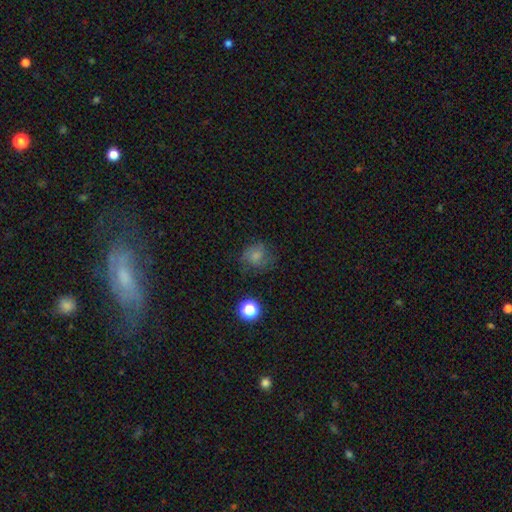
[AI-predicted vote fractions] A smooth galaxy with no disk features (63%) that is round (76%).

Vote fractions:
- Smooth or featured? smooth: 63% / featured or disk: 22% / star or artifact: 16%
- How rounded? round: 76% / in between: 23% / cigar-shaped: 1%
- Merging? none: 60% / minor disturbance: 23% / major disturbance: 15% / merger: 2%